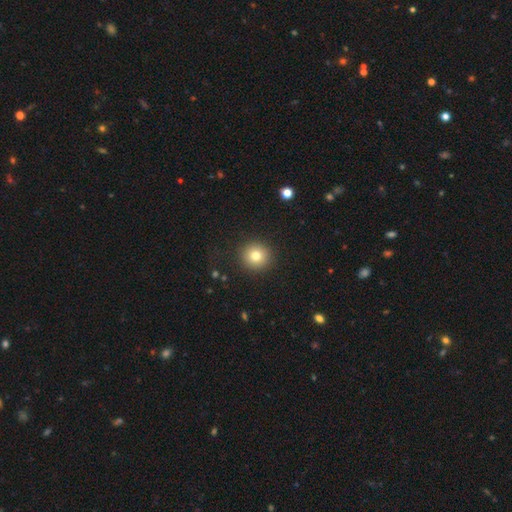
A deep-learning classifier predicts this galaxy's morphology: The model was most divided on "smooth or featured": smooth: 79%, star or artifact: 12%, featured or disk: 10%. More confident: how rounded — round (93%); merging — none (91%).